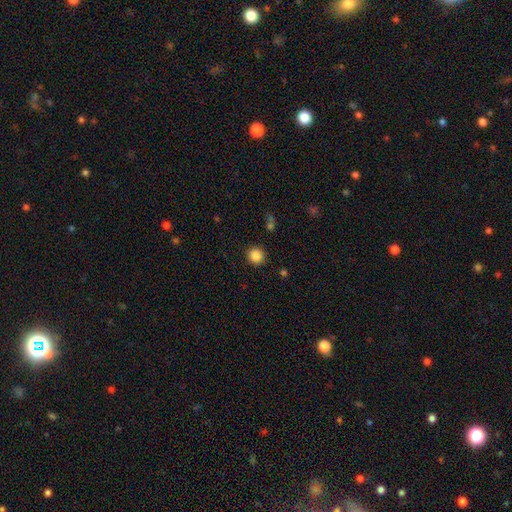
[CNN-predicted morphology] Smooth or featured: smooth — 86% (star or artifact — 10%)
How rounded: round — 93% (in between — 6%)
Merging: none — 91% (minor disturbance — 5%)